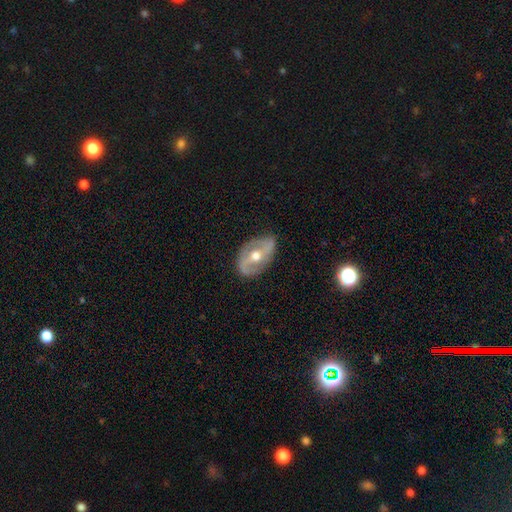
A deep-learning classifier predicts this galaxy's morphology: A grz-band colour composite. It shows a featured or disk galaxy (78%) with a weak bar (38%), 2 (86%) medium (40%) spiral arms (80%) and a moderate central bulge (76%). Merging: none (79%).